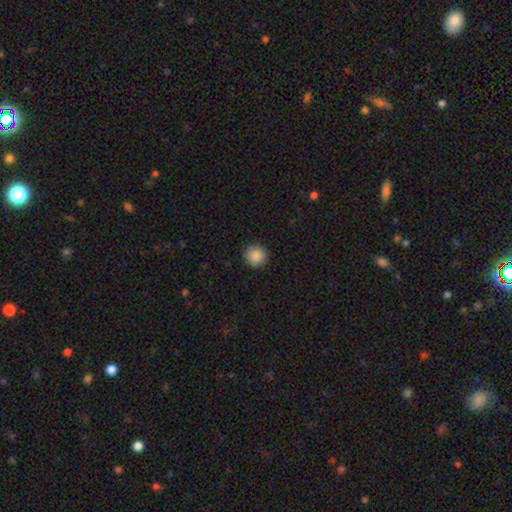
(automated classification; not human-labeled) The model was most divided on "smooth or featured": smooth: 89%, star or artifact: 9%, featured or disk: 3%. More confident: how rounded — round (95%); merging — none (91%).